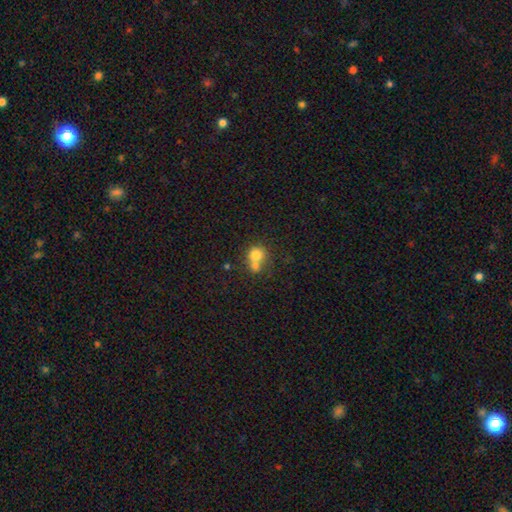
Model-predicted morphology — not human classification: The model was most divided on "merging": merger: 55%, none: 34%, minor disturbance: 7%, major disturbance: 4%. More confident: how rounded — round (81%); smooth or featured — smooth (76%).